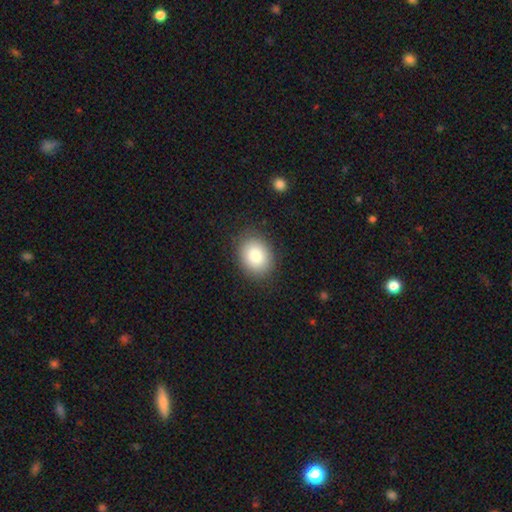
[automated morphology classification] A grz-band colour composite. It shows a smooth galaxy with no disk features (83%) that is round (50%). Merging: none (87%).